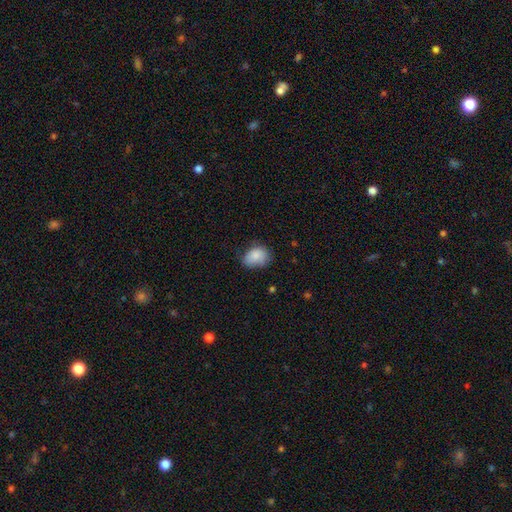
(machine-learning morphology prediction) smooth_or_featured: smooth (p=0.84) [alt: featured or disk p=0.08]
how_rounded: in between (p=0.70) [alt: round p=0.29]
merging: none (p=0.56) [alt: minor disturbance p=0.34]